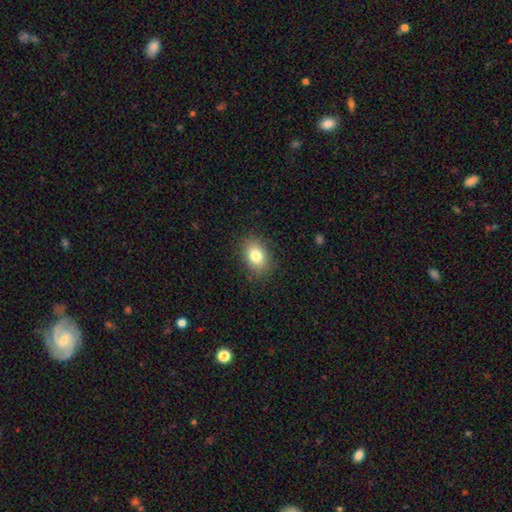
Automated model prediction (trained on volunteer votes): Smooth or featured: smooth — 81% (featured or disk — 10%)
How rounded: in between — 77% (round — 22%)
Merging: none — 84% (minor disturbance — 11%)